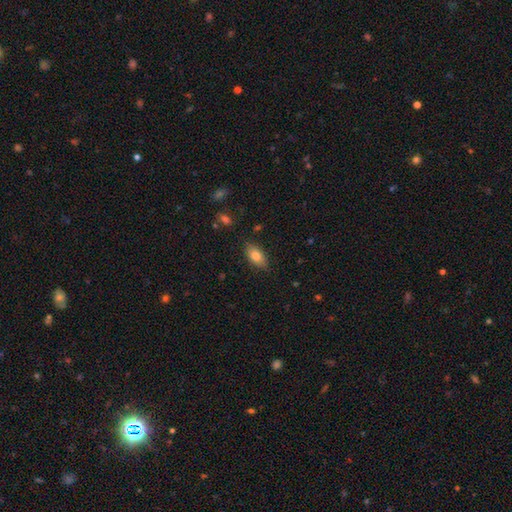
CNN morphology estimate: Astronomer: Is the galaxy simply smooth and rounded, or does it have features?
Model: smooth — 81%.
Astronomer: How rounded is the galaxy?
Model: in between — 89%.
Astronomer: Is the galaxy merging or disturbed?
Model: none — 82%.